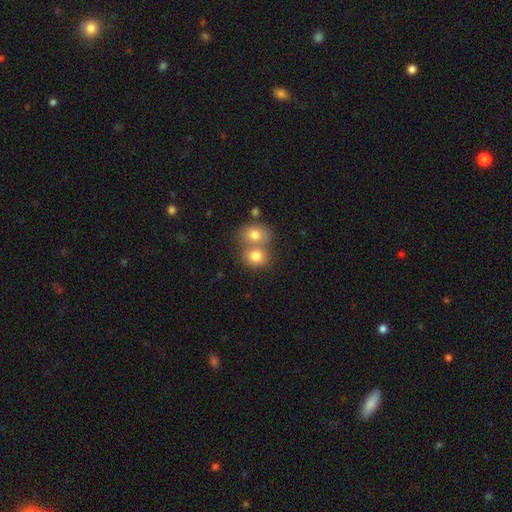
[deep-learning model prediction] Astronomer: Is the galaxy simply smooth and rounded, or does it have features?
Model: smooth — 79%.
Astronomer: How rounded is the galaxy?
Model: round — 63%.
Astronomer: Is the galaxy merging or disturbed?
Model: merger — 57% (runner-up: none, 33%).